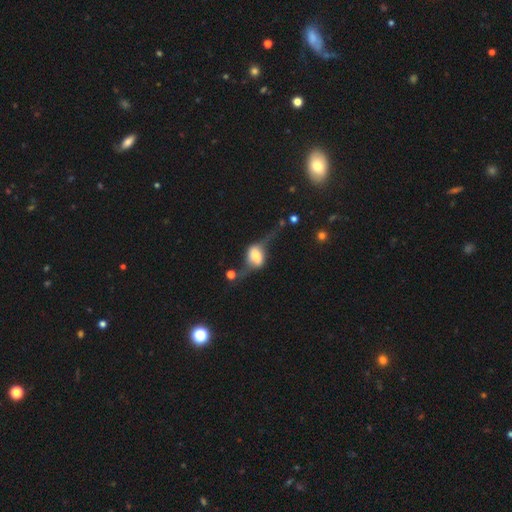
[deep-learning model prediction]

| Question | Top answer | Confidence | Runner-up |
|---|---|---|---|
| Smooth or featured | featured or disk | 62% | smooth (30%) |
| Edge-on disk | no | 55% | yes (45%) |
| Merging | none | 36% | major disturbance (32%) |